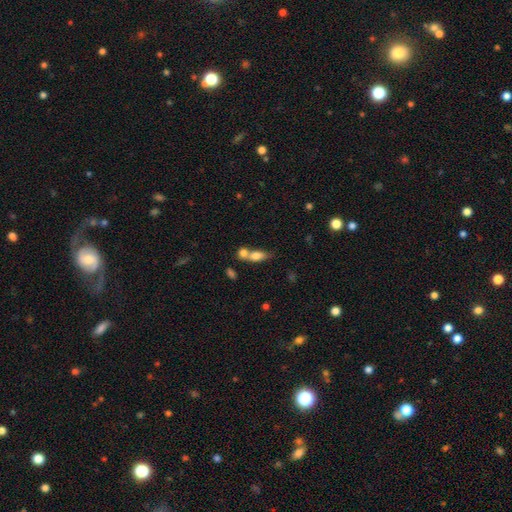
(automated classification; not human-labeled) A smooth galaxy with no disk features (74%) that is in between round and cigar-shaped (69%). Merging: merger (56%).